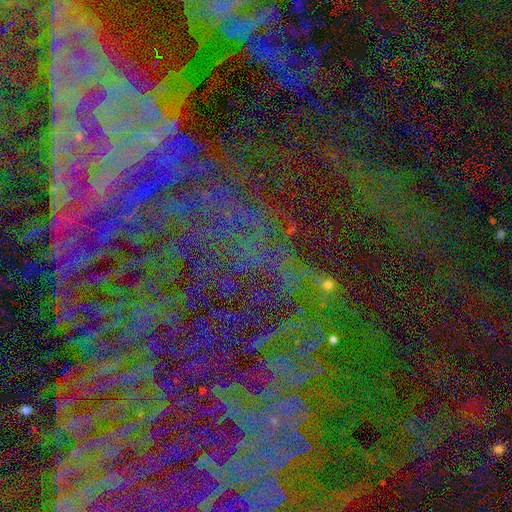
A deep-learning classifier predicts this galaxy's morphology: This is clearly a star or artifact rather than a galaxy (83%).